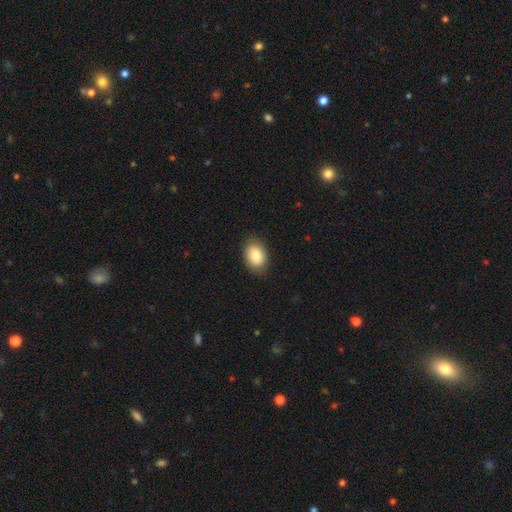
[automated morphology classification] type=smooth (86%); roundness=in between (81%); merging=none (85%).